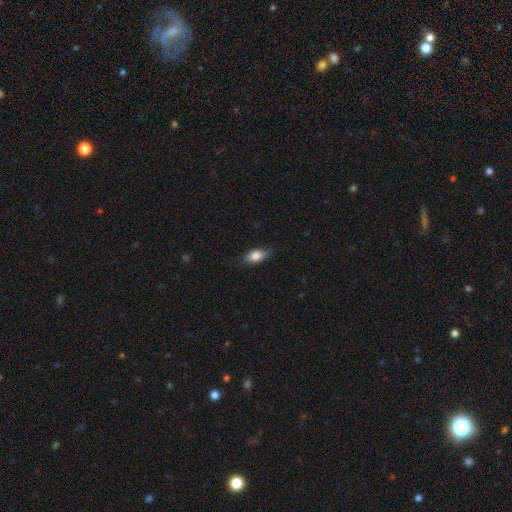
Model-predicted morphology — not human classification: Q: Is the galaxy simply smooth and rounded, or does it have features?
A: smooth — 83%.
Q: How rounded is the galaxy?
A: in between — 87%.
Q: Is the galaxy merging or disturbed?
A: none — 78%.